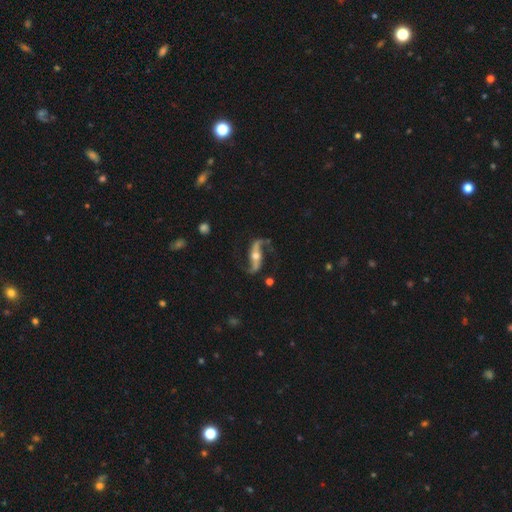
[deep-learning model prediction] A featured or disk galaxy (90%) with a strong bar (40%), 2 (94%) loose (84%) spiral arms (96%) and a moderate central bulge (63%). Merging: none (77%).